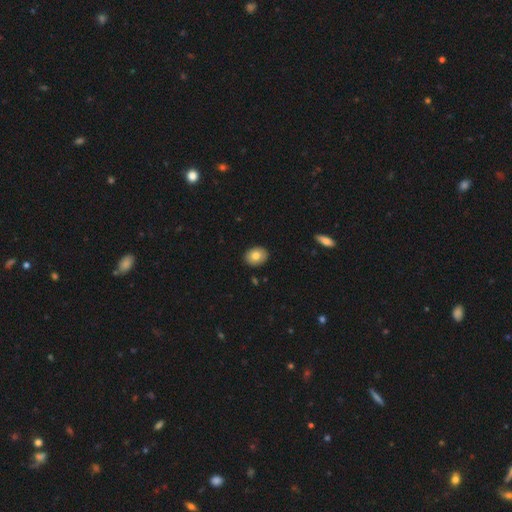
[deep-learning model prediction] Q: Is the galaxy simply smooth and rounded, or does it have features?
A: smooth — 79%.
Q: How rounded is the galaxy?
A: in between — 58%.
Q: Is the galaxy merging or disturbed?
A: none — 90%.